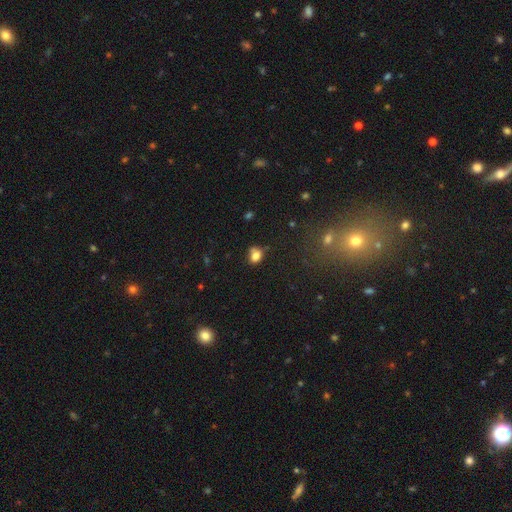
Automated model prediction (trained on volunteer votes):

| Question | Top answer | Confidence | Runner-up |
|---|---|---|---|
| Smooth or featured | smooth | 78% | star or artifact (12%) |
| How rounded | round | 52% | in between (47%) |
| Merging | none | 52% | minor disturbance (26%) |